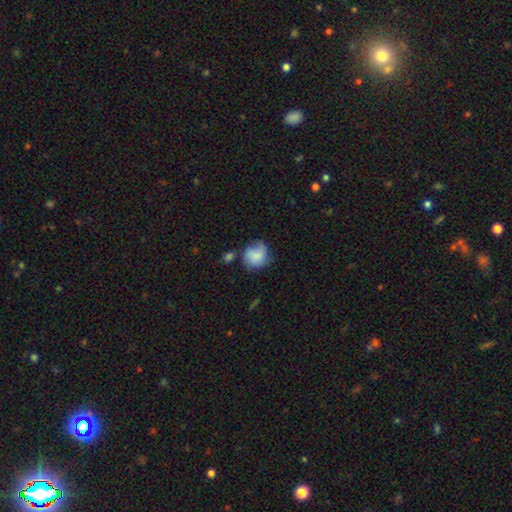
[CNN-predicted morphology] smooth_or_featured: smooth (p=0.70) [alt: featured or disk p=0.22]
how_rounded: round (p=0.75) [alt: in between p=0.24]
merging: none (p=0.51) [alt: minor disturbance p=0.29]